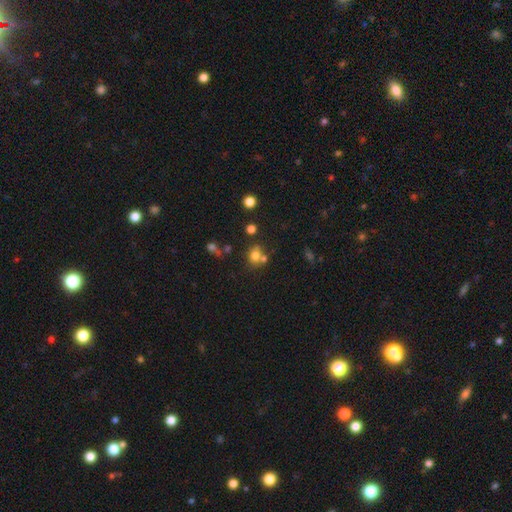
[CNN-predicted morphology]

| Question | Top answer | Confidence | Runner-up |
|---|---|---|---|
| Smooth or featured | smooth | 72% | star or artifact (16%) |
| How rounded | round | 67% | in between (32%) |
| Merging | none | 51% | merger (33%) |